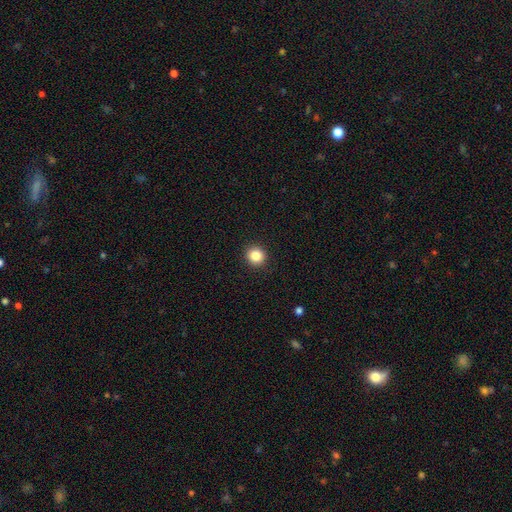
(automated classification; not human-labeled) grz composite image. It shows a smooth galaxy with no disk features (85%) that is round (92%). Merging: none (92%).